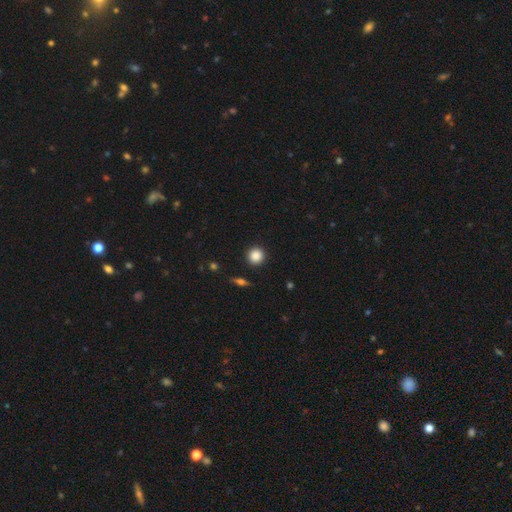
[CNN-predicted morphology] This appears to be a smooth galaxy with no disk features (87%) that is round (94%). Merging: none (91%).